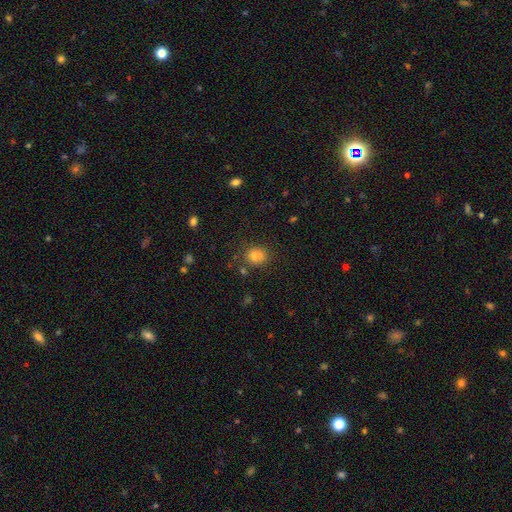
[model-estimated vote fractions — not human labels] A smooth galaxy with no disk features (81%) that is round (63%). Merging: none (81%).